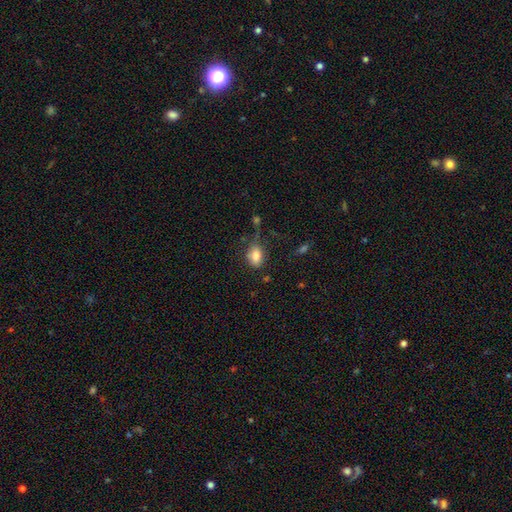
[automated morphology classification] A smooth galaxy with no disk features (80%) that is in between round and cigar-shaped (80%). Merging: none (52%).